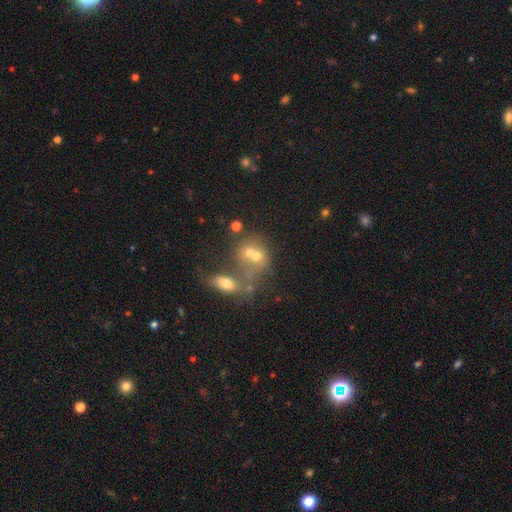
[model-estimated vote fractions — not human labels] A smooth galaxy with no disk features (58%) that is round (56%).

Vote fractions:
- Smooth or featured? smooth: 58% / featured or disk: 25% / star or artifact: 17%
- How rounded? round: 56% / in between: 42% / cigar-shaped: 2%
- Merging? merger: 61% / none: 23% / minor disturbance: 8% / major disturbance: 8%